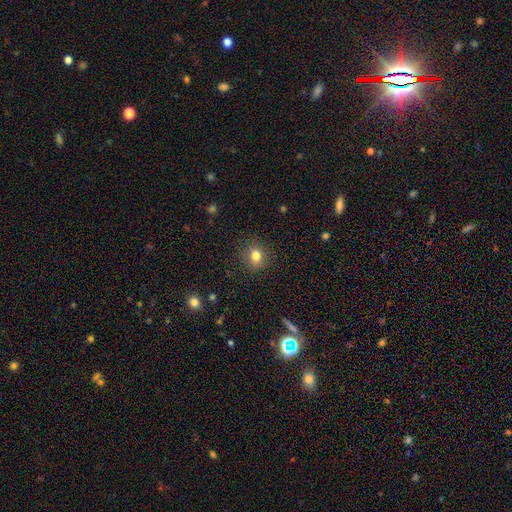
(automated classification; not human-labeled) Morphology: type=smooth (79%); roundness=round (74%); merging=none (87%).